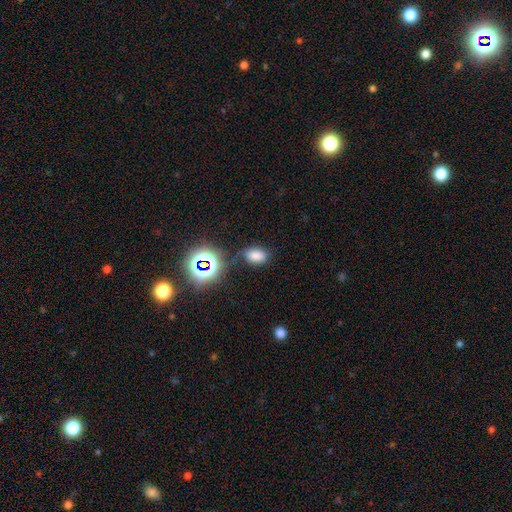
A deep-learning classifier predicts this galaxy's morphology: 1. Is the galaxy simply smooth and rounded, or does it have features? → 71% smooth, 22% star or artifact, 7% featured or disk.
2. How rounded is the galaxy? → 85% in between, 13% round, 2% cigar-shaped.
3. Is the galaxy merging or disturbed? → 70% none, 18% minor disturbance, 6% merger, 6% major disturbance.